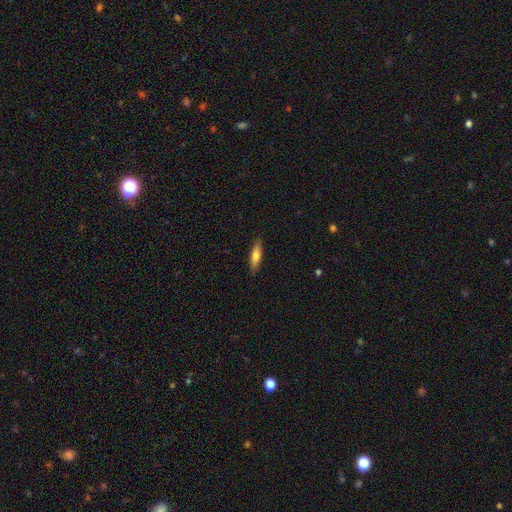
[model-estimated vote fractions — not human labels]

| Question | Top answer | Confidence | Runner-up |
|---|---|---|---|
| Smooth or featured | smooth | 70% | featured or disk (24%) |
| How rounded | cigar-shaped | 64% | in between (34%) |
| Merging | none | 88% | minor disturbance (9%) |